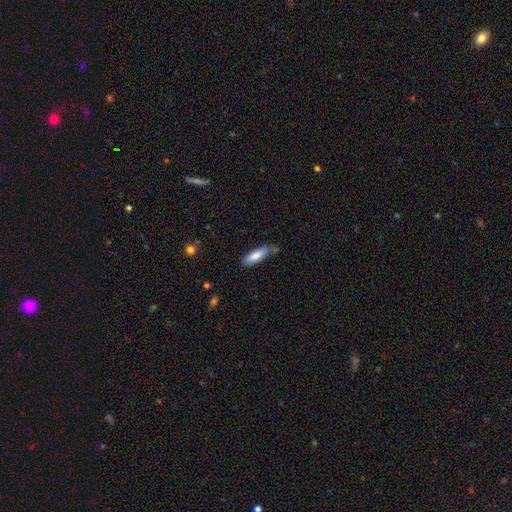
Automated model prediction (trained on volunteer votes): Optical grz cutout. It shows a smooth galaxy with no disk features (80%) that is in between round and cigar-shaped (51%). Merging: none (56%).